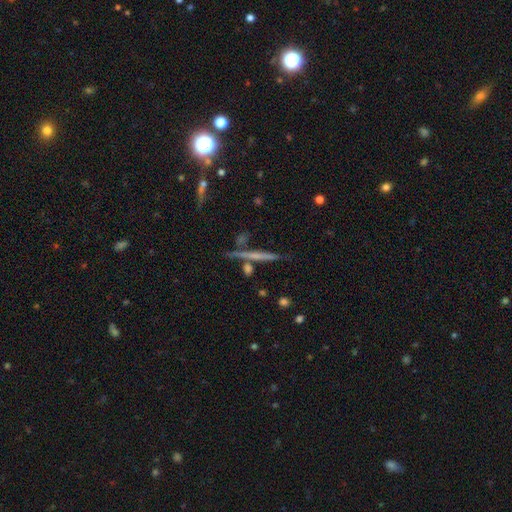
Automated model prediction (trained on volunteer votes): A featured or disk galaxy (57%) viewed edge-on (96%) with no central bulge (71%).

Vote fractions:
- Smooth or featured? featured or disk: 57% / smooth: 33% / star or artifact: 10%
- Edge-on disk? yes: 96% / no: 4%
- Edge-on bulge? none: 71% / rounded: 21% / boxy: 8%
- Merging? none: 79% / minor disturbance: 9% / merger: 9% / major disturbance: 3%